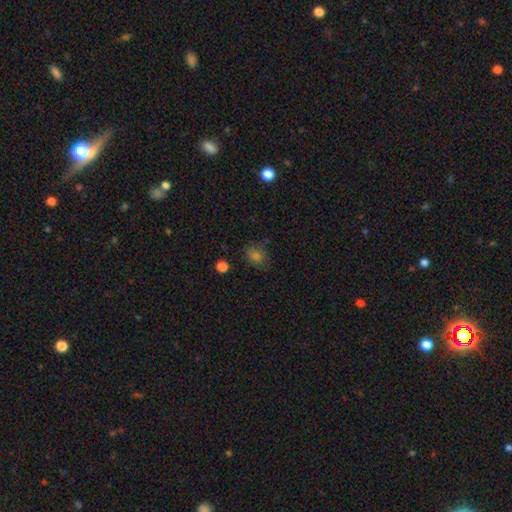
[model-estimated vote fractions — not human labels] Morphology: type=smooth (74%); roundness=round (74%); merging=none (77%).